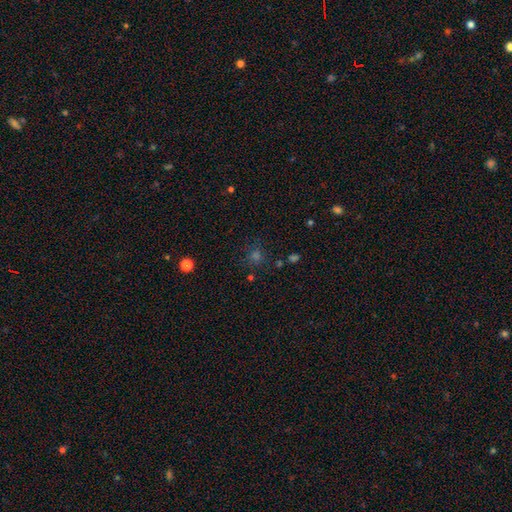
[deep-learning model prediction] Smooth or featured: smooth — 49% (star or artifact — 42%)
Merging: none — 81% (minor disturbance — 11%)